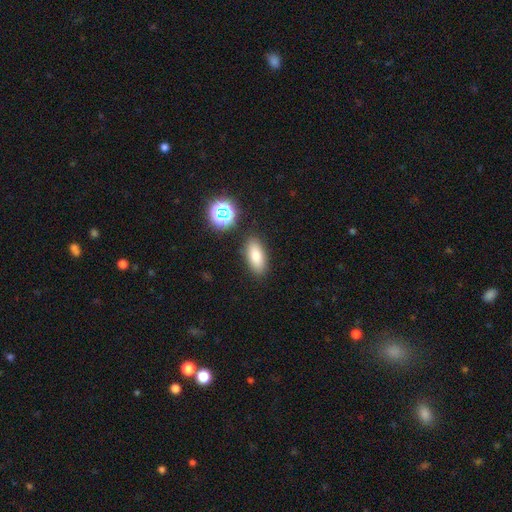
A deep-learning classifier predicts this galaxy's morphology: smooth 79%, star or artifact 10%, featured or disk 10%. Down the decision tree: how rounded — in between (84%); merging — none (85%).